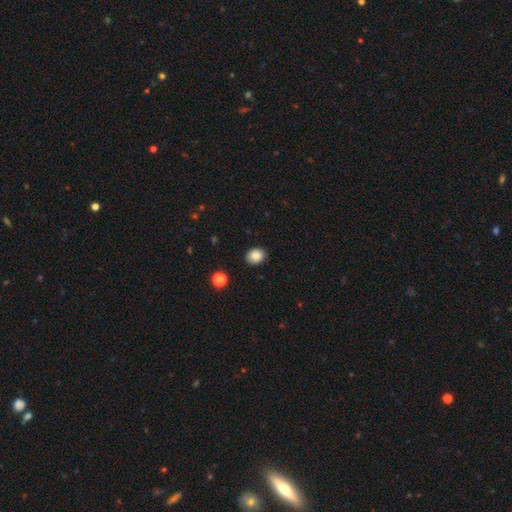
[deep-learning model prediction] Overall: smooth (87%). How rounded: in between (51%; round 48%). Merging: none (88%).